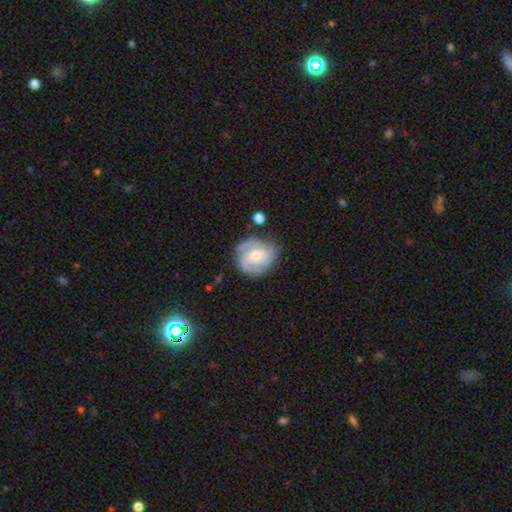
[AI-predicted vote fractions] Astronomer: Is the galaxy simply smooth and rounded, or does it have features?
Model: featured or disk — 81%.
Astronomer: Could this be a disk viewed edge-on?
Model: no — 98%.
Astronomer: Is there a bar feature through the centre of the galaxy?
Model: no — 55% (runner-up: weak, 38%).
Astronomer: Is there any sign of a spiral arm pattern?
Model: yes — 94%.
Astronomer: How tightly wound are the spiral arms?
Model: tight — 53% (runner-up: medium, 38%).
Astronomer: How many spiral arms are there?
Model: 3 — 43% (runner-up: can't tell, 19%).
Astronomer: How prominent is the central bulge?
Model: moderate — 51% (runner-up: small, 42%).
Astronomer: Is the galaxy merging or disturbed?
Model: none — 72%.